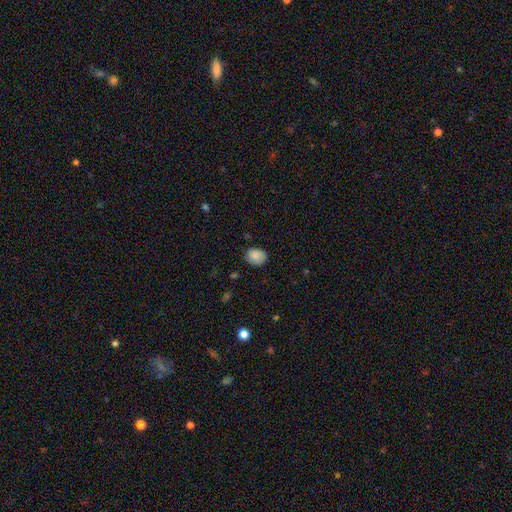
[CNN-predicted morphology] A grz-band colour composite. It shows a smooth galaxy with no disk features (87%) that is in between round and cigar-shaped (55%). Merging: none (78%).